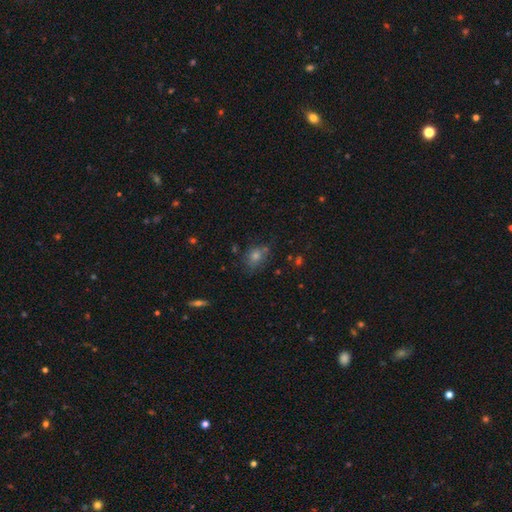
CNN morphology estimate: type=smooth (56%); roundness=round (53%); merging=none (72%).